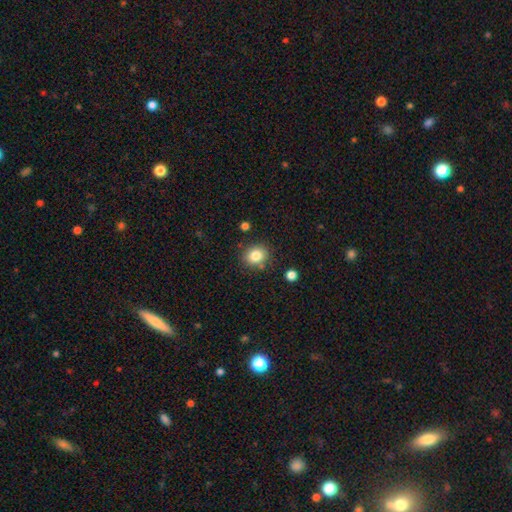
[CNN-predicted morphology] Smooth or featured?
  - smooth: 83% *
  - star or artifact: 10%
  - featured or disk: 7%
How rounded?
  - round: 64% *
  - in between: 35%
  - cigar-shaped: 1%
Merging?
  - none: 82% *
  - minor disturbance: 11%
  - merger: 5%
  - major disturbance: 3%